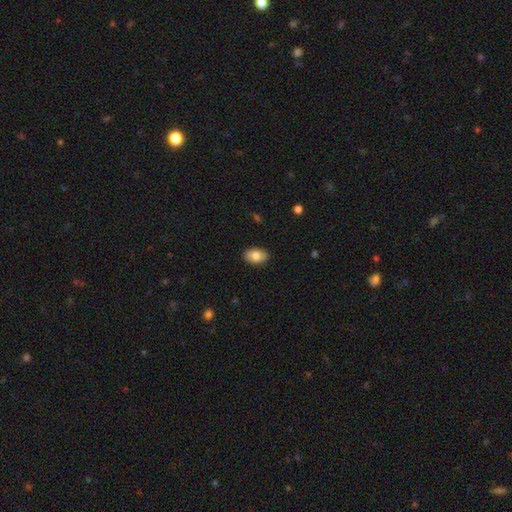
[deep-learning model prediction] Smooth or featured? Predicted: smooth (p=0.83). How rounded? Predicted: in between (p=0.90). Merging? Predicted: none (p=0.88).